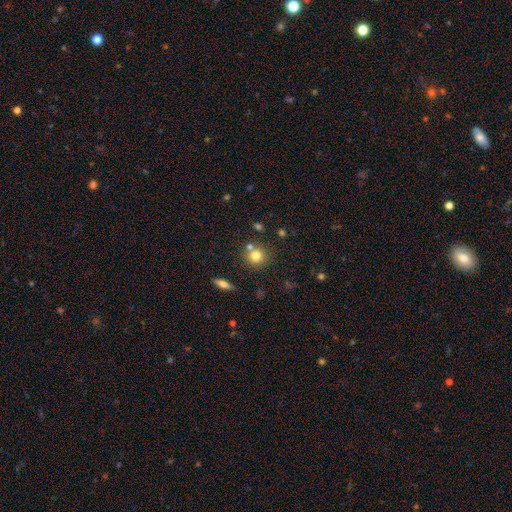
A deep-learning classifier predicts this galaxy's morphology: The model was most divided on "merging": none: 70%, merger: 18%, minor disturbance: 10%, major disturbance: 3%. More confident: how rounded — round (89%); smooth or featured — smooth (76%).